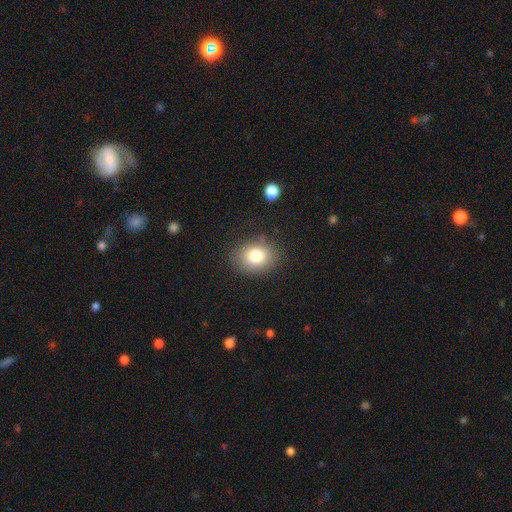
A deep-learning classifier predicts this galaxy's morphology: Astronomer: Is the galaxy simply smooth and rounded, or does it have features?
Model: smooth — 79%.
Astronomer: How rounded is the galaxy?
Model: in between — 56% (runner-up: round, 43%).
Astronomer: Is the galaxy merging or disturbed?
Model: none — 83%.